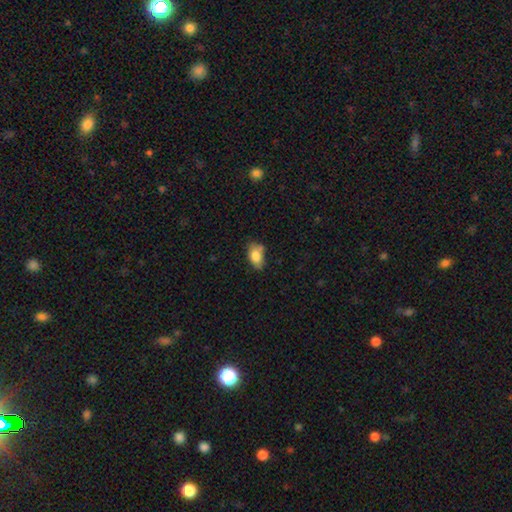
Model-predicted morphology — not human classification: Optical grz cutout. It shows a smooth galaxy with no disk features (80%) that is in between round and cigar-shaped (89%). Merging: none (58%).